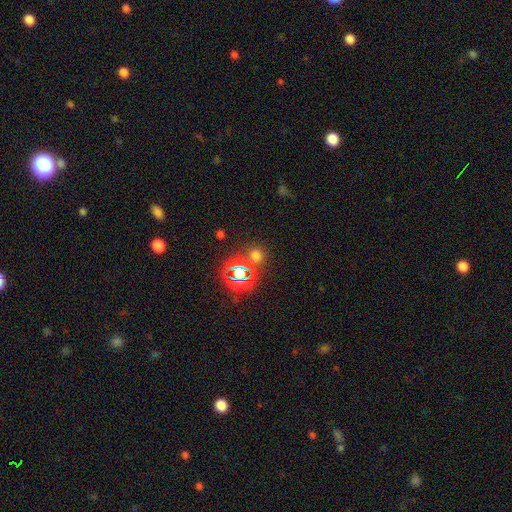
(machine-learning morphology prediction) Overall: smooth (51%; star or artifact 42%). How rounded: round (82%). Merging: none (74%).